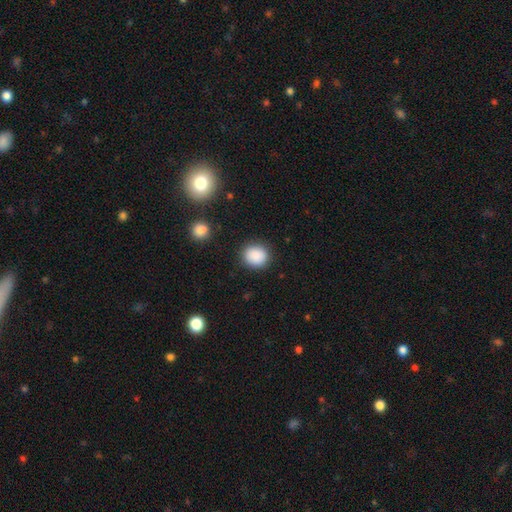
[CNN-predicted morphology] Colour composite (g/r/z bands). It shows a smooth galaxy with no disk features (87%) that is round (81%). Merging: none (88%).